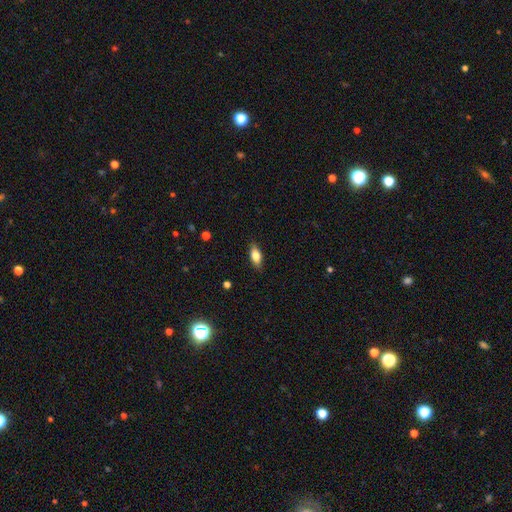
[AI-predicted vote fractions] Smooth or featured?
  - smooth: 78% *
  - featured or disk: 15%
  - star or artifact: 7%
How rounded?
  - in between: 82% *
  - cigar-shaped: 14%
  - round: 3%
Merging?
  - none: 86% *
  - minor disturbance: 10%
  - major disturbance: 2%
  - merger: 1%